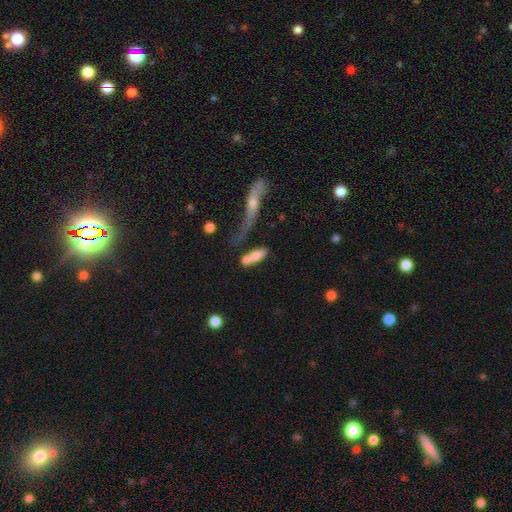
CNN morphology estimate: Smooth or featured? smooth (69%)
How rounded? in between (58%)
Merging? merger (45%)